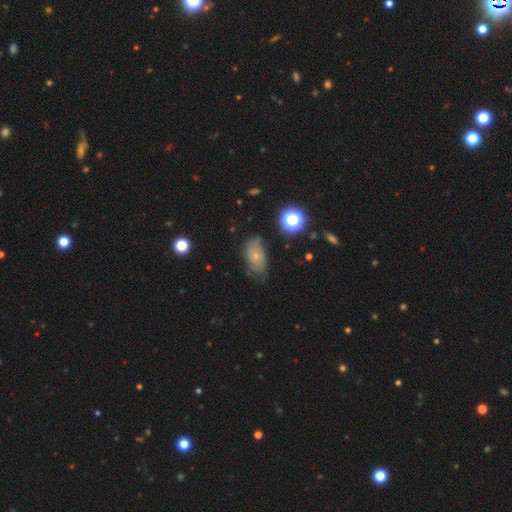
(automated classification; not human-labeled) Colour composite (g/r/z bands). It shows a smooth galaxy with no disk features (52%) that is in between round and cigar-shaped (88%). Merging: none (61%).